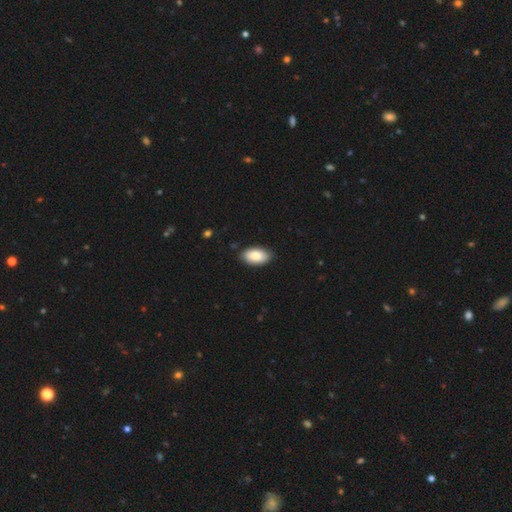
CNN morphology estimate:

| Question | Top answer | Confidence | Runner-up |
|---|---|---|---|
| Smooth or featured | smooth | 84% | featured or disk (10%) |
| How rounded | in between | 95% | round (4%) |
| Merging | none | 85% | minor disturbance (12%) |